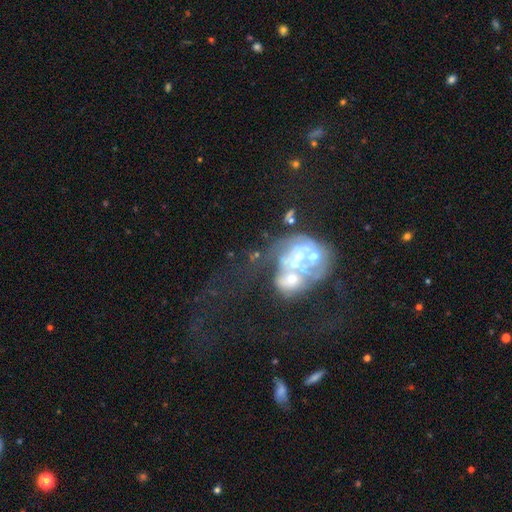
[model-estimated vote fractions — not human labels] Q: Smooth or featured?
A: featured or disk (63%); runner-up: smooth (19%)
Q: Edge-on disk?
A: no (96%); runner-up: yes (4%)
Q: Bar?
A: no (80%); runner-up: weak (14%)
Q: Spiral arms?
A: no (70%); runner-up: yes (30%)
Q: Bulge size?
A: moderate (43%); runner-up: small (28%)
Q: Merging?
A: merger (63%); runner-up: major disturbance (19%)